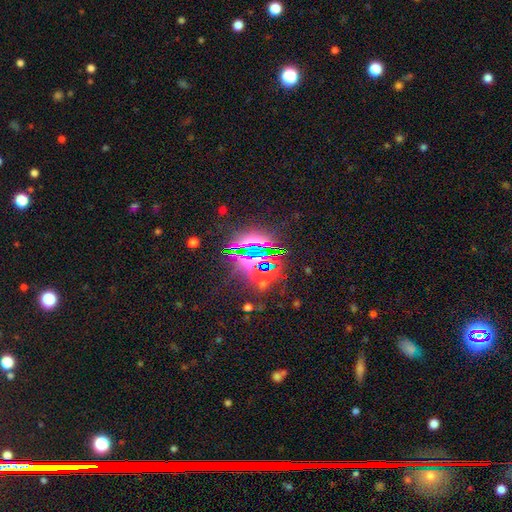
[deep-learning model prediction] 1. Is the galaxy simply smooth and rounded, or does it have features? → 79% star or artifact, 12% smooth, 9% featured or disk.